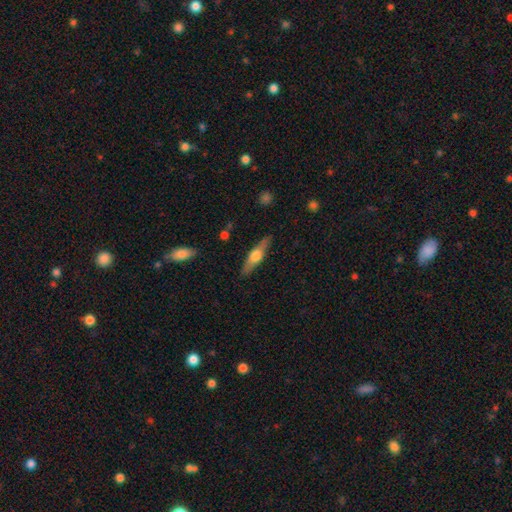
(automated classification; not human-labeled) A featured or disk galaxy (58%) viewed edge-on (94%) with a rounded central bulge (92%). Merging: none (87%).